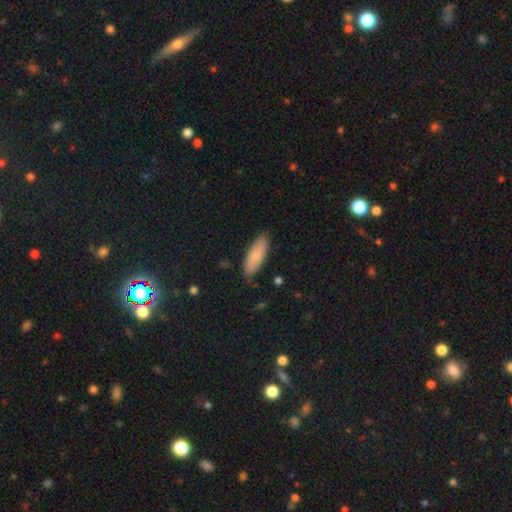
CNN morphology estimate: Smooth or featured? smooth (83%)
How rounded? in between (66%)
Merging? none (83%)